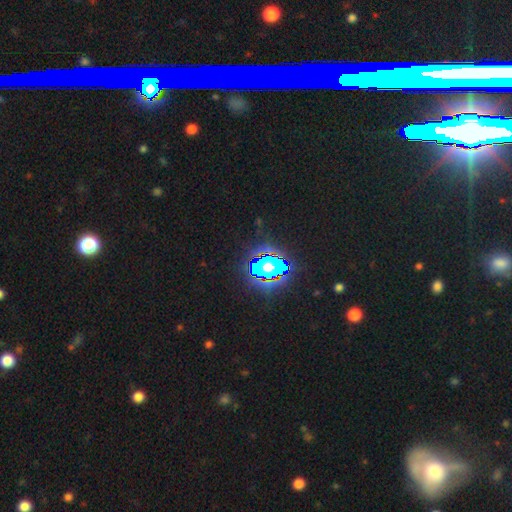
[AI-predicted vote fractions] Q: Smooth or featured?
A: star or artifact (76%); runner-up: smooth (12%)